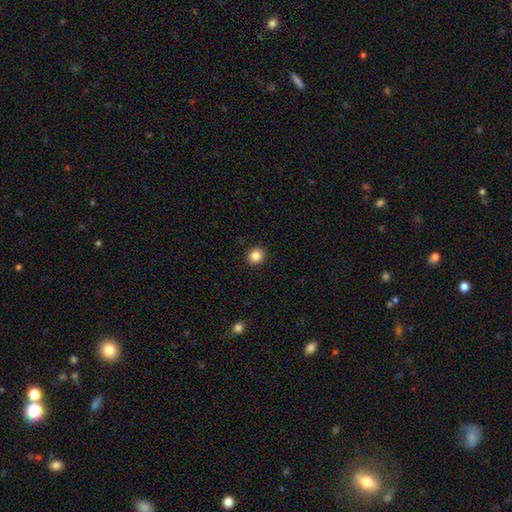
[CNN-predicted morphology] The model was most divided on "how rounded": round: 77%, in between: 22%, cigar-shaped: 1%. More confident: merging — none (92%); smooth or featured — smooth (86%).